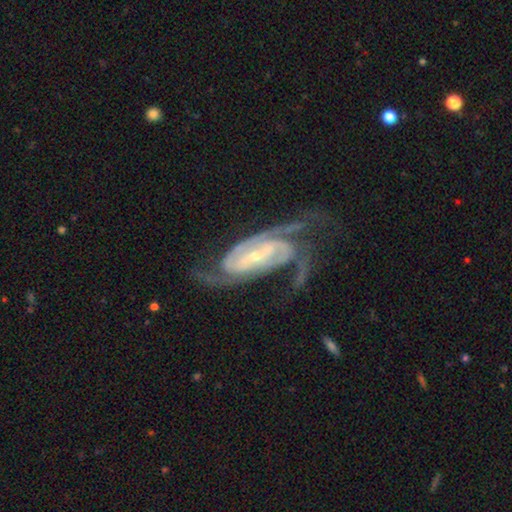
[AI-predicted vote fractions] Smooth or featured: featured or disk — 92% (star or artifact — 4%)
Edge-on disk: no — 95% (yes — 5%)
Bar: strong — 50% (weak — 32%)
Spiral arms: yes — 98% (no — 2%)
Spiral winding: medium — 46% (tight — 42%)
Spiral arm count: 2 — 71% (3 — 14%)
Bulge size: small — 70% (moderate — 25%)
Merging: none — 60% (major disturbance — 20%)